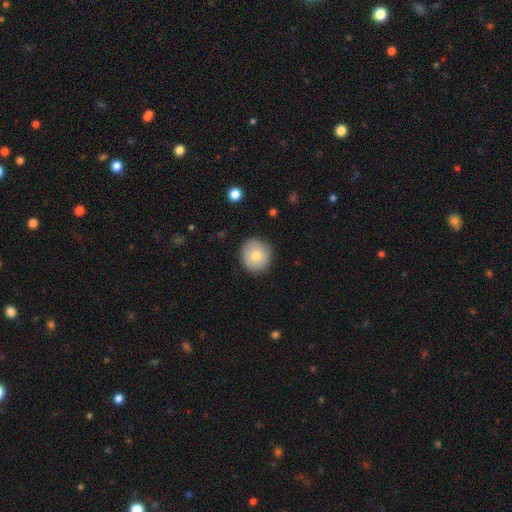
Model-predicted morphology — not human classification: A smooth galaxy with no disk features (77%) that is round (91%). Merging: none (88%).